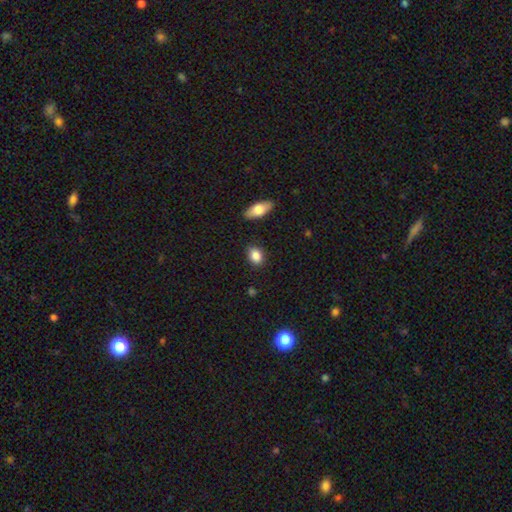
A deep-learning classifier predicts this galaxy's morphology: Smooth or featured?
  - smooth: 86% *
  - star or artifact: 8%
  - featured or disk: 7%
How rounded?
  - in between: 70% *
  - round: 28%
  - cigar-shaped: 2%
Merging?
  - none: 85% *
  - minor disturbance: 10%
  - merger: 2%
  - major disturbance: 2%